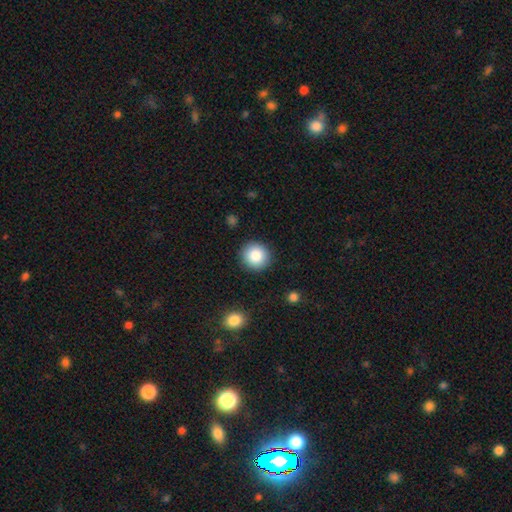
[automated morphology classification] This is clearly a smooth galaxy (84%). How rounded: clearly round (92%). Merging: clearly none (90%).